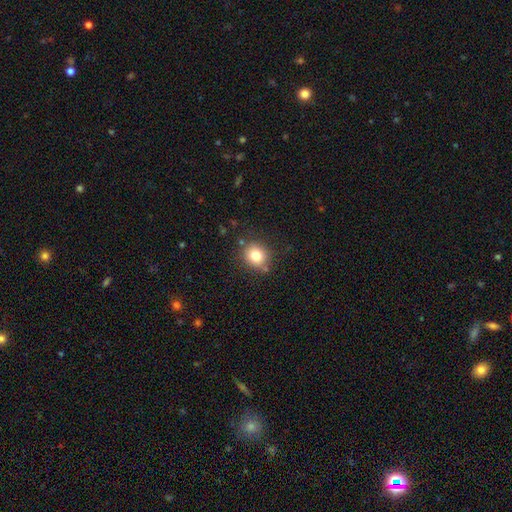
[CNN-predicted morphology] smooth-or-featured: smooth: 80% | star or artifact: 11% | featured or disk: 9%
  how-rounded: round: 75% | in between: 24% | cigar-shaped: 1%
  merging: none: 80% | minor disturbance: 12% | merger: 4% | major disturbance: 4%